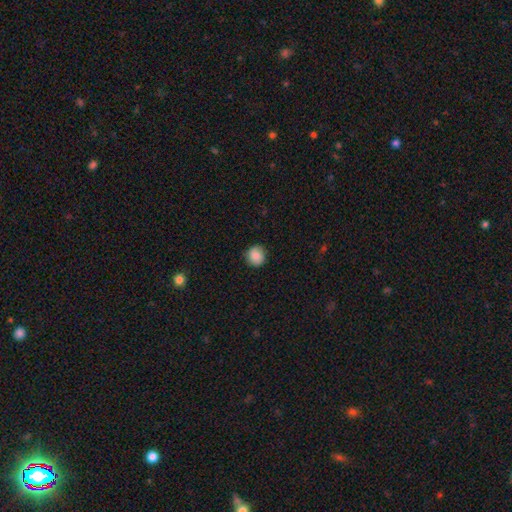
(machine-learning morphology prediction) smooth 86%, star or artifact 9%, featured or disk 5%. Down the decision tree: how rounded — round (89%); merging — none (88%).